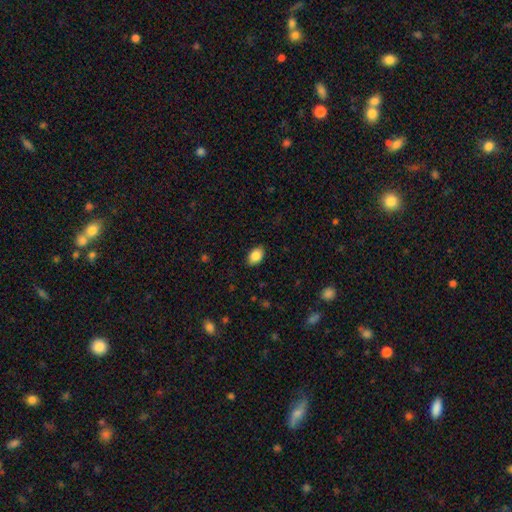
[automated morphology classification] Smooth or featured: smooth — 87% (star or artifact — 8%)
How rounded: in between — 87% (round — 11%)
Merging: none — 88% (minor disturbance — 9%)